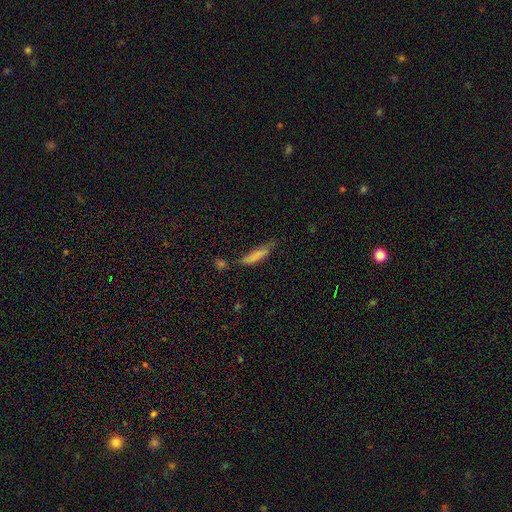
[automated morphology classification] Q: Smooth or featured?
A: smooth (77%); runner-up: featured or disk (15%)
Q: How rounded?
A: cigar-shaped (81%); runner-up: in between (17%)
Q: Merging?
A: none (51%); runner-up: minor disturbance (30%)